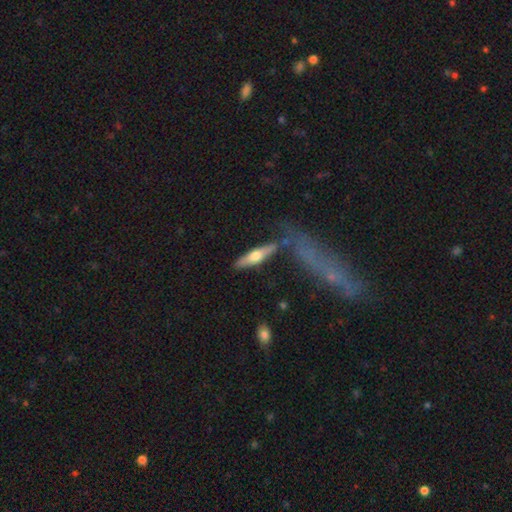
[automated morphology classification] Overall: smooth (54%; featured or disk 41%). How rounded: cigar-shaped (73%). Merging: none (71%).